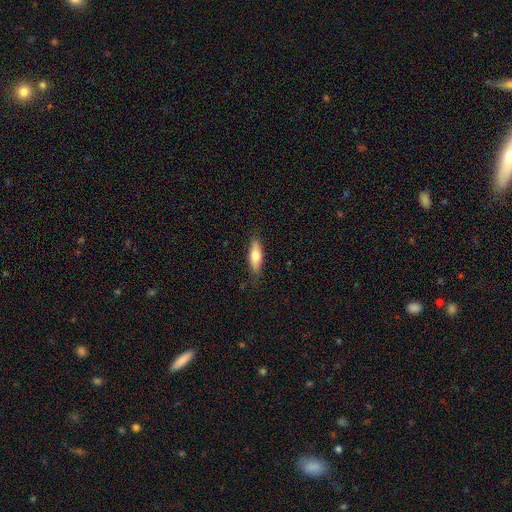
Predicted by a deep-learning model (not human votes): smooth 67%, featured or disk 27%, star or artifact 6%. Down the decision tree: how rounded — in between (54%); merging — none (83%).